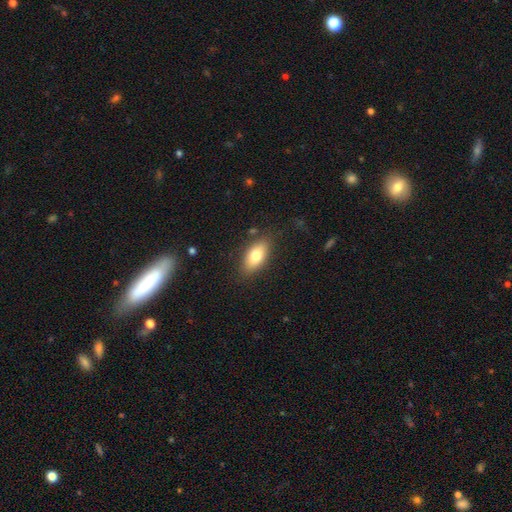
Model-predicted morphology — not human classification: smooth-or-featured: smooth: 77% | featured or disk: 16% | star or artifact: 7%
  how-rounded: in between: 87% | cigar-shaped: 9% | round: 4%
  merging: none: 82% | minor disturbance: 13% | major disturbance: 3% | merger: 2%